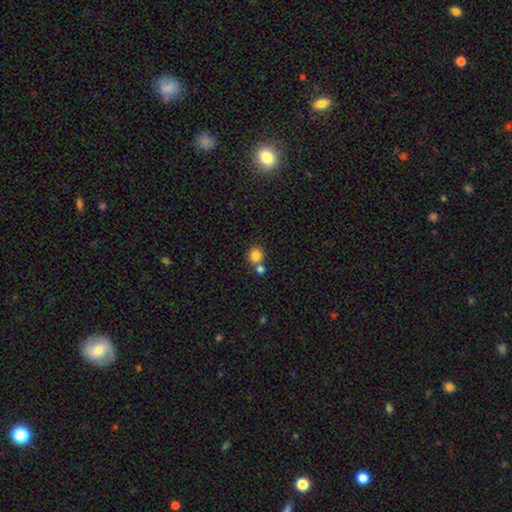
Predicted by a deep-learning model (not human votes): Smooth or featured? smooth (83%)
How rounded? round (90%)
Merging? none (58%)